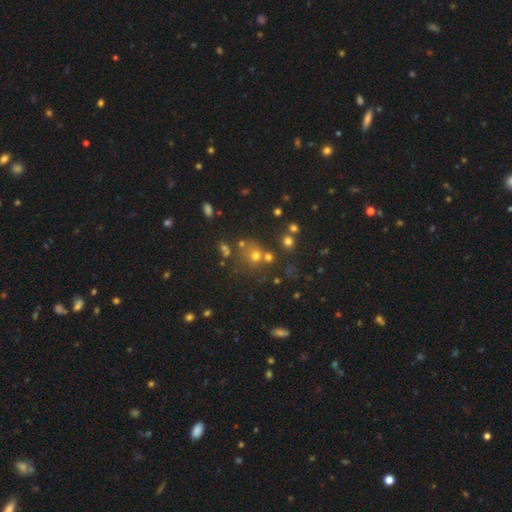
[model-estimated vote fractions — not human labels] Smooth or featured? Predicted: smooth (p=0.58). How rounded? Predicted: round (p=0.83). Merging? Predicted: none (p=0.58).